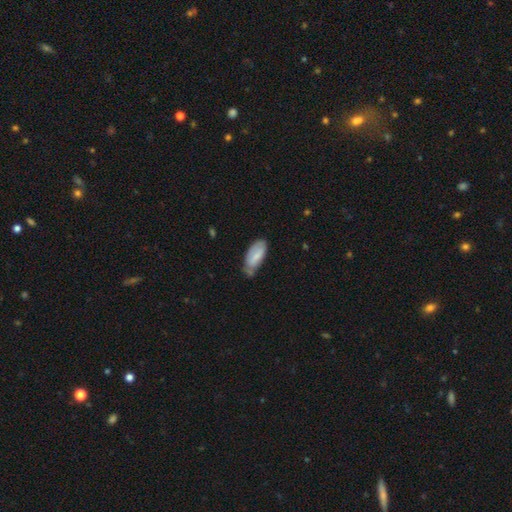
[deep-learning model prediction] Smooth or featured: smooth — 74% (featured or disk — 20%)
How rounded: in between — 86% (cigar-shaped — 13%)
Merging: none — 47% (minor disturbance — 39%)